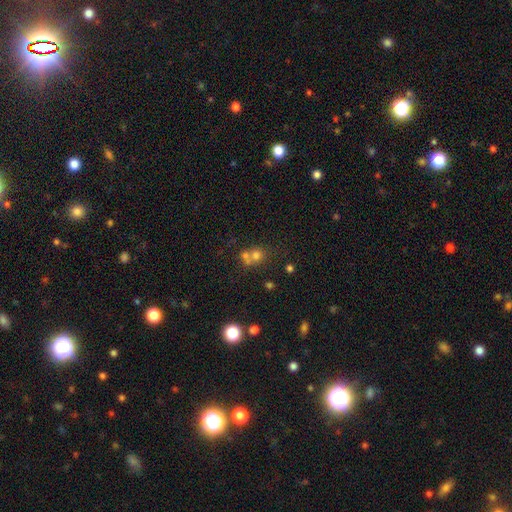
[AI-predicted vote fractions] This appears to be a smooth galaxy with no disk features (64%) that is round (79%). Merging: merger (53%).